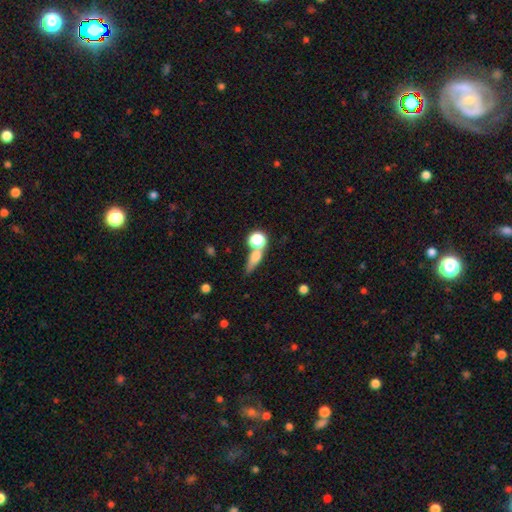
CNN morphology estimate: smooth-or-featured: smooth: 68% | featured or disk: 18% | star or artifact: 14%
  how-rounded: in between: 39% | cigar-shaped: 32% | round: 29%
  merging: none: 45% | merger: 32% | minor disturbance: 14% | major disturbance: 9%